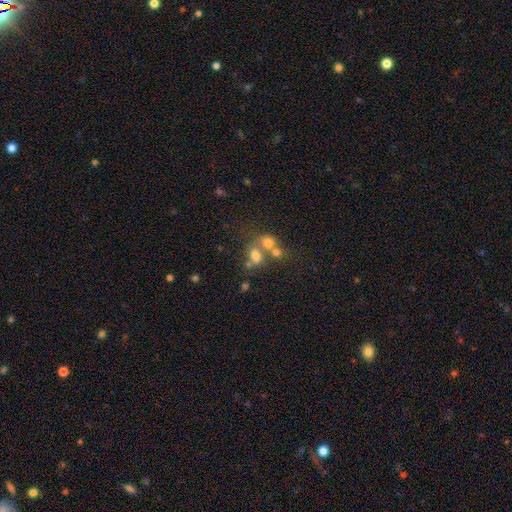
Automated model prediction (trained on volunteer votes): smooth-or-featured: smooth: 62% | featured or disk: 22% | star or artifact: 17%
  how-rounded: in between: 56% | round: 42% | cigar-shaped: 2%
  merging: merger: 56% | none: 29% | minor disturbance: 8% | major disturbance: 6%